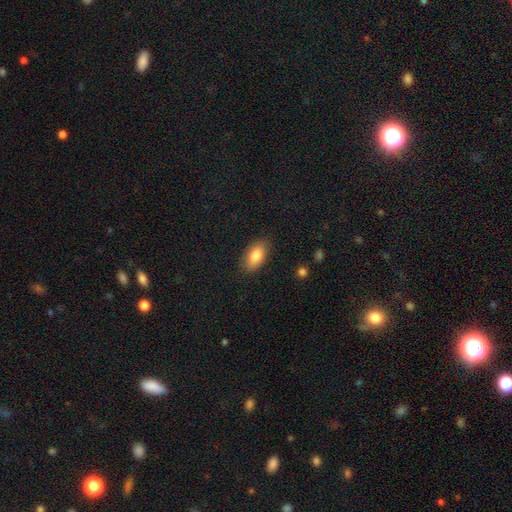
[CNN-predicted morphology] Overall: smooth (85%). How rounded: in between (92%). Merging: none (85%).